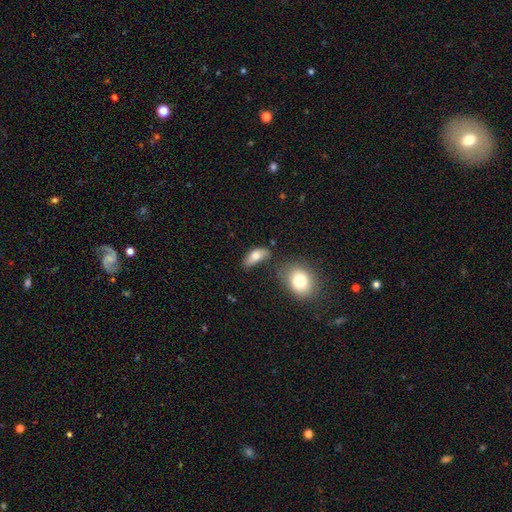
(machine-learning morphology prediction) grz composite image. It shows a smooth galaxy with no disk features (74%) that is in between round and cigar-shaped (81%). Merging: none (54%).